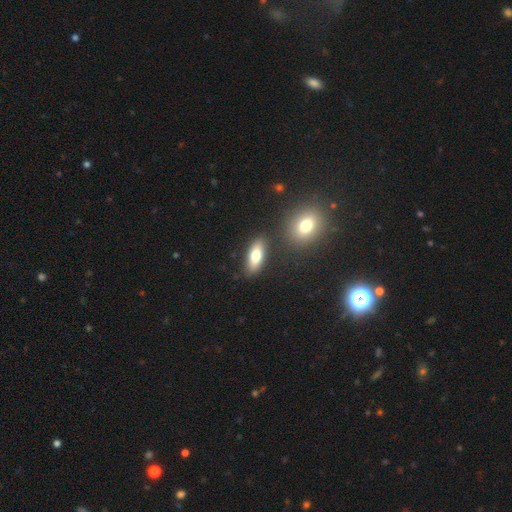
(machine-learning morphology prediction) This appears to be a smooth galaxy with no disk features (76%) that is in between round and cigar-shaped (77%). Merging: none (81%).